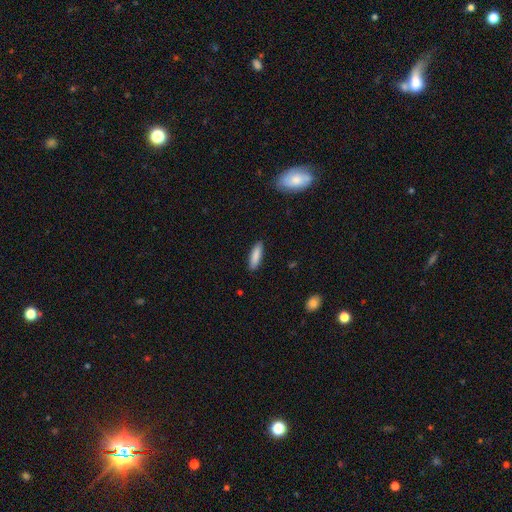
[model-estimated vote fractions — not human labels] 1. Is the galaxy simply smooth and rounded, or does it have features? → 87% smooth, 7% featured or disk, 6% star or artifact.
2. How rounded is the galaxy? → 58% cigar-shaped, 40% in between, 1% round.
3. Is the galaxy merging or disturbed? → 88% none, 9% minor disturbance, 2% major disturbance, 1% merger.